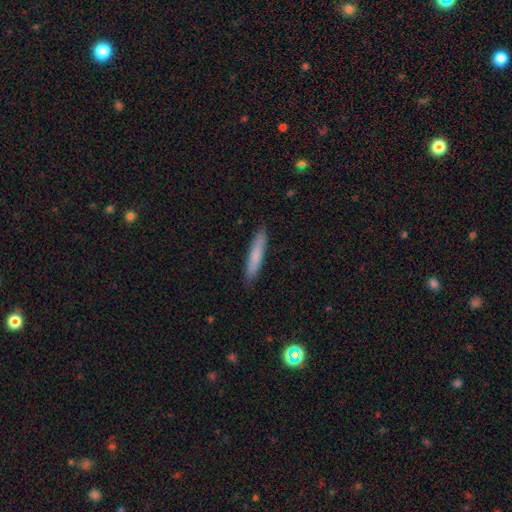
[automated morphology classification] Q: Smooth or featured?
A: smooth (78%); runner-up: featured or disk (17%)
Q: How rounded?
A: cigar-shaped (92%); runner-up: in between (7%)
Q: Merging?
A: none (88%); runner-up: minor disturbance (9%)